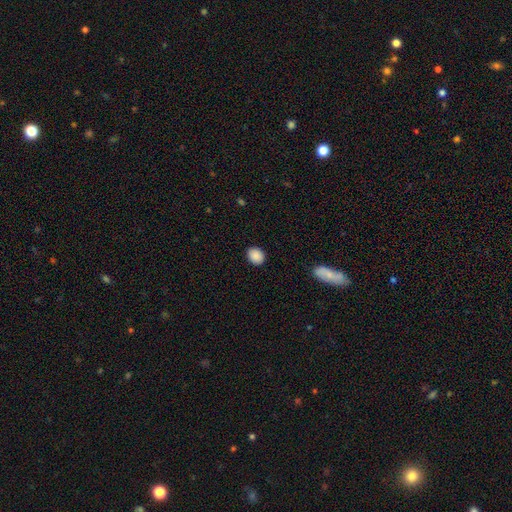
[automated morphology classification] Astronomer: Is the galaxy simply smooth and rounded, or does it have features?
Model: smooth — 89%.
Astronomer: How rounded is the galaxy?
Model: round — 53% (runner-up: in between, 46%).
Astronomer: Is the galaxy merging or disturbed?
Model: none — 90%.